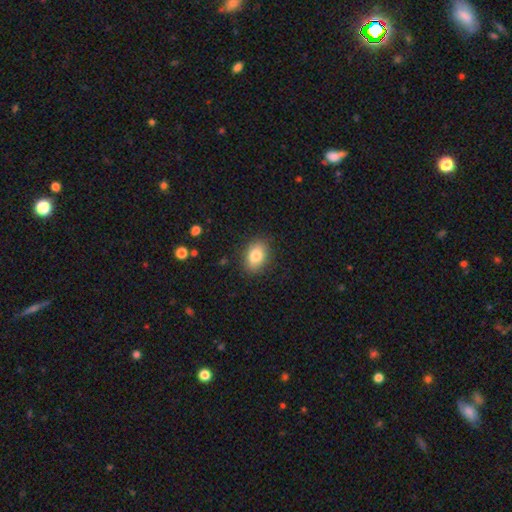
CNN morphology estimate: smooth-or-featured: smooth: 82% | featured or disk: 10% | star or artifact: 8%
  how-rounded: in between: 80% | round: 19% | cigar-shaped: 2%
  merging: none: 86% | minor disturbance: 10% | major disturbance: 3% | merger: 1%